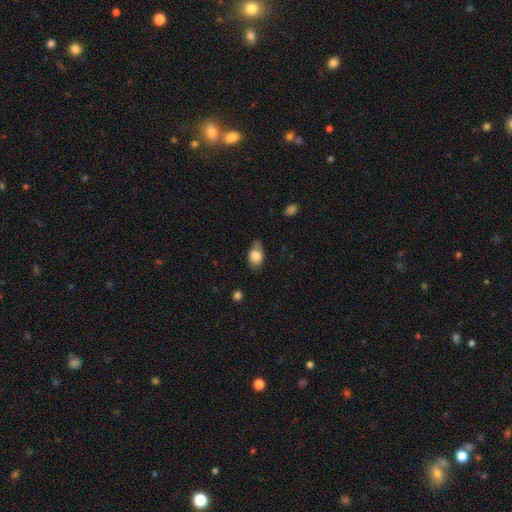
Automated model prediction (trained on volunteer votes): smooth-or-featured: smooth: 81% | featured or disk: 12% | star or artifact: 8%
  how-rounded: in between: 83% | round: 15% | cigar-shaped: 2%
  merging: none: 53% | minor disturbance: 34% | major disturbance: 10% | merger: 2%